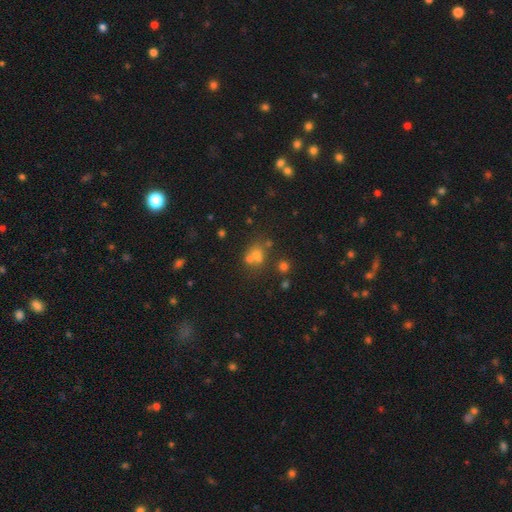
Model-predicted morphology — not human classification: Smooth or featured? Predicted: smooth (p=0.52). How rounded? Predicted: round (p=0.73). Merging? Predicted: none (p=0.47).